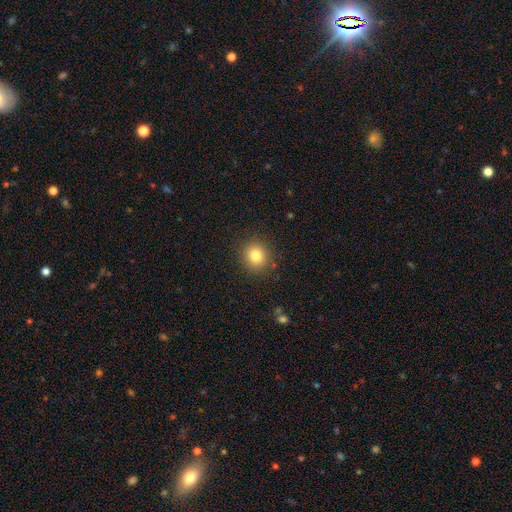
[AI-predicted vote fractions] Overall: smooth (81%). How rounded: round (85%). Merging: none (88%).